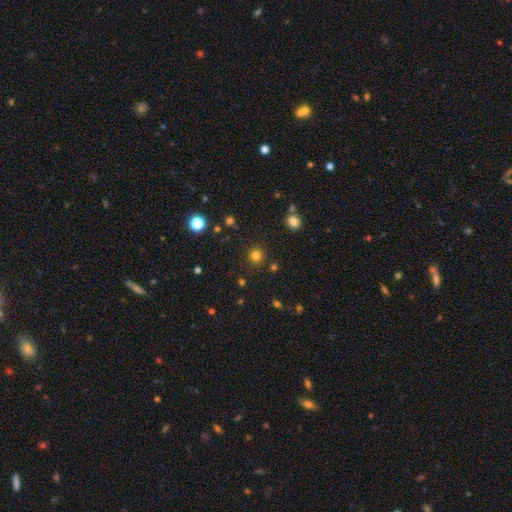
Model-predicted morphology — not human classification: This appears to be a smooth galaxy with no disk features (78%) that is round (94%). Merging: none (90%).